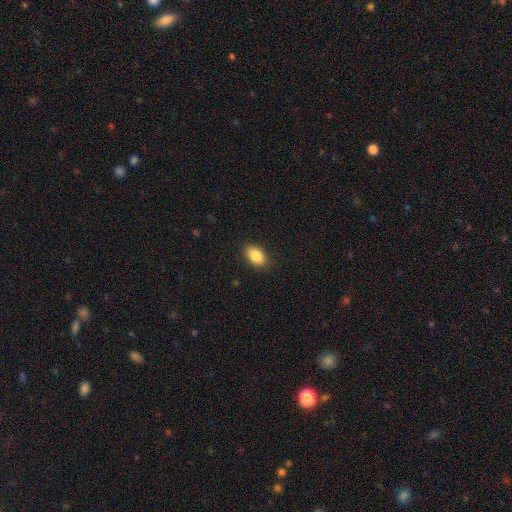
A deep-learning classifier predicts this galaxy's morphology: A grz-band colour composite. It shows a smooth galaxy with no disk features (87%) that is in between round and cigar-shaped (89%). Merging: none (88%).